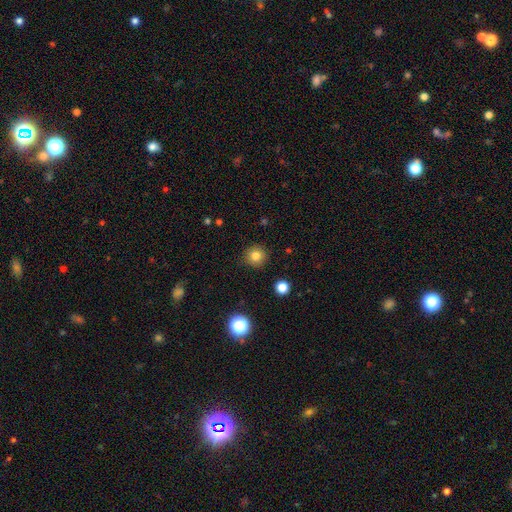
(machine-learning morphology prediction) This is clearly a smooth galaxy (81%). How rounded: clearly round (94%). Merging: clearly none (90%).